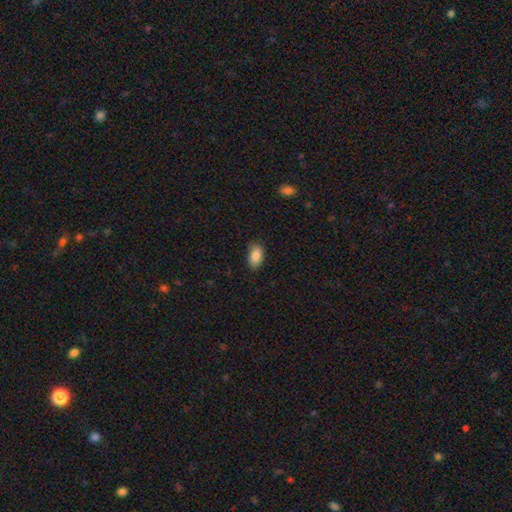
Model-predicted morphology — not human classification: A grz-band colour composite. It shows a smooth galaxy with no disk features (87%) that is in between round and cigar-shaped (92%). Merging: none (80%).